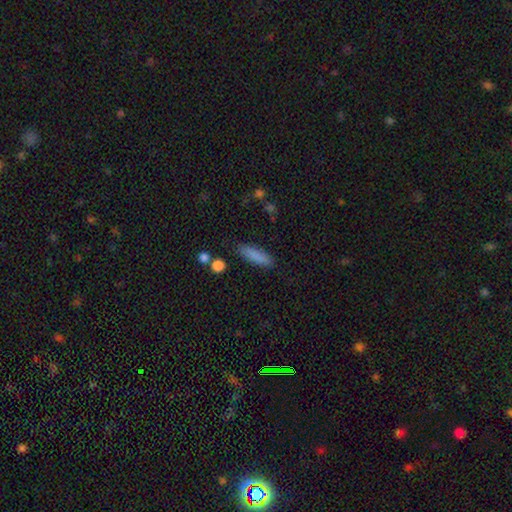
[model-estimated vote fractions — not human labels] Smooth or featured? Predicted: smooth (p=0.85). How rounded? Predicted: cigar-shaped (p=0.64). Merging? Predicted: none (p=0.84).